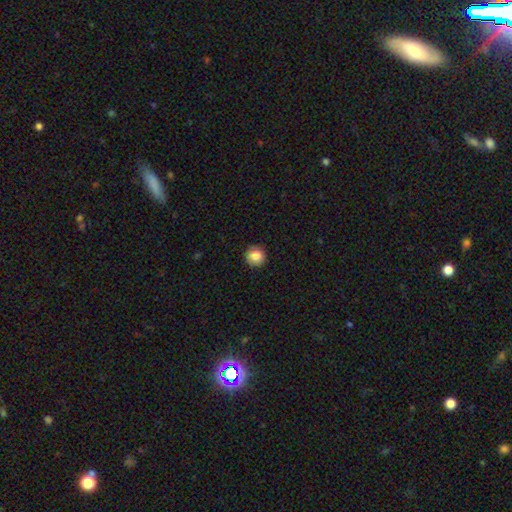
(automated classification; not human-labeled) This is clearly a smooth galaxy (83%). How rounded: clearly round (93%). Merging: clearly none (91%).